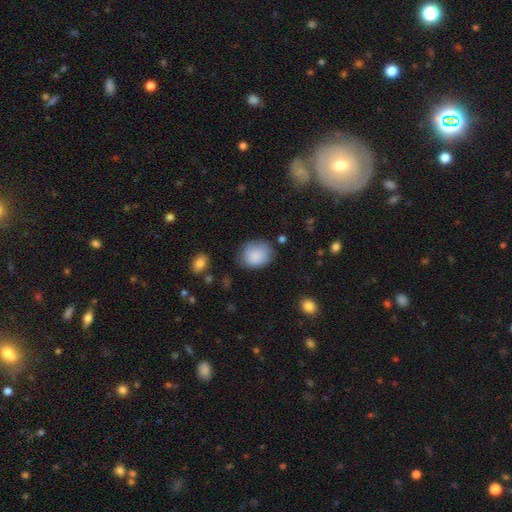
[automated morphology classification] Overall: smooth (87%). How rounded: in between (51%; round 48%). Merging: none (69%).